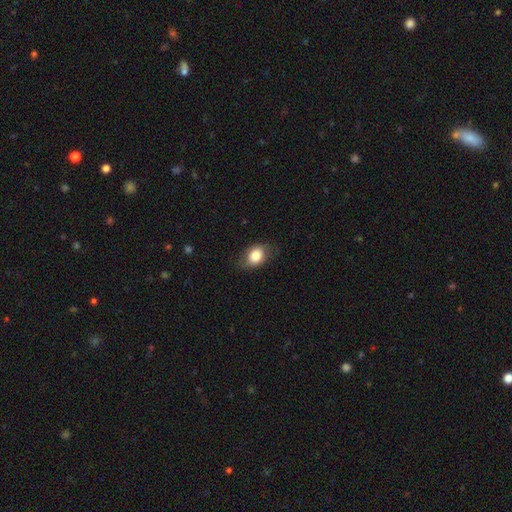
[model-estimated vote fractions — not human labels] Smooth or featured?
  - smooth: 82% *
  - featured or disk: 10%
  - star or artifact: 8%
How rounded?
  - in between: 70% *
  - round: 29%
  - cigar-shaped: 1%
Merging?
  - none: 75% *
  - minor disturbance: 19%
  - major disturbance: 5%
  - merger: 1%